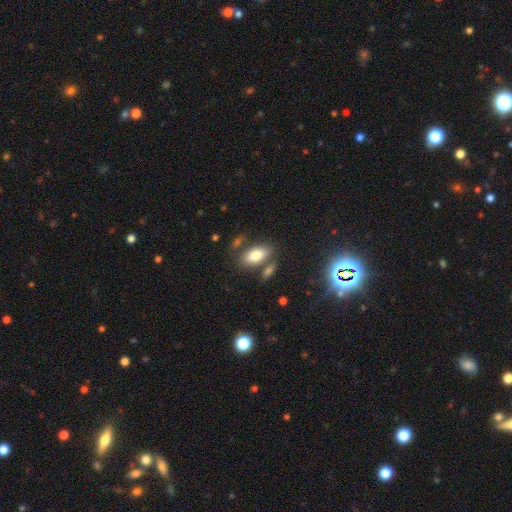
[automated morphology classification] Overall: smooth (79%). How rounded: in between (91%). Merging: none (66%).